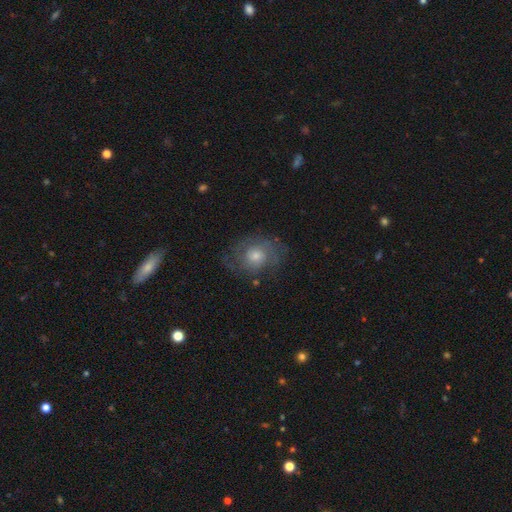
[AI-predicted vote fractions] smooth-or-featured: featured or disk: 64% | smooth: 26% | star or artifact: 10%
  disk-edge-on: no: 96% | yes: 4%
    bar: no: 76% | weak: 21% | strong: 3%
    has-spiral-arms: yes: 83% | no: 17%
      spiral-winding: tight: 47% | medium: 39% | loose: 14%
      spiral-arm-count: 2: 42% | can't tell: 36% | 3: 10% | 1: 5% | 4: 4% | more than 4: 4%
    bulge-size: moderate: 53% | small: 35% | large: 8% | none: 3% | dominant: 1%
  merging: none: 70% | minor disturbance: 18% | major disturbance: 11% | merger: 1%